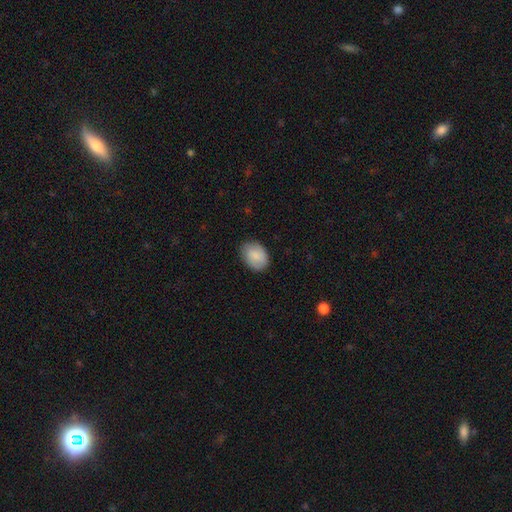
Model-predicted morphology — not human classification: The model was most divided on "how rounded": in between: 74%, round: 25%, cigar-shaped: 1%. More confident: smooth or featured — smooth (87%); merging — none (81%).